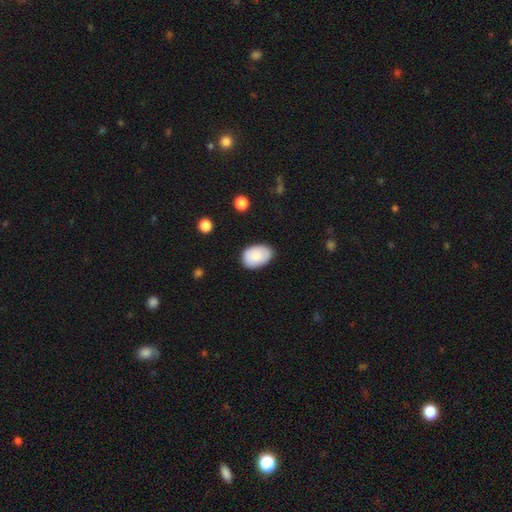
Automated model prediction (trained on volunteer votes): Smooth or featured?
  - smooth: 82% *
  - featured or disk: 11%
  - star or artifact: 7%
How rounded?
  - in between: 87% *
  - round: 12%
  - cigar-shaped: 1%
Merging?
  - none: 80% *
  - minor disturbance: 16%
  - major disturbance: 3%
  - merger: 1%